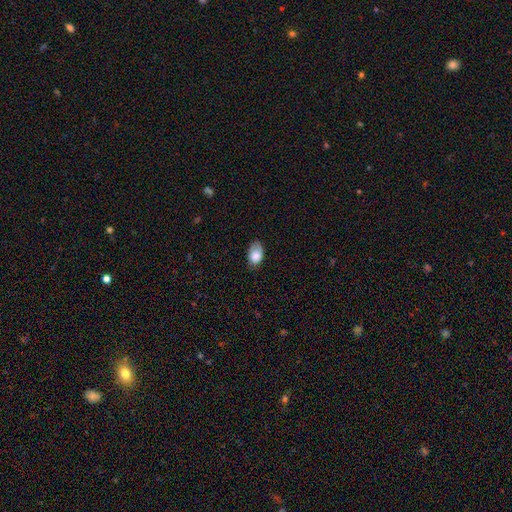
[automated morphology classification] Smooth or featured?
  - smooth: 82% *
  - featured or disk: 10%
  - star or artifact: 7%
How rounded?
  - in between: 89% *
  - round: 9%
  - cigar-shaped: 1%
Merging?
  - none: 53% *
  - minor disturbance: 35%
  - major disturbance: 10%
  - merger: 2%